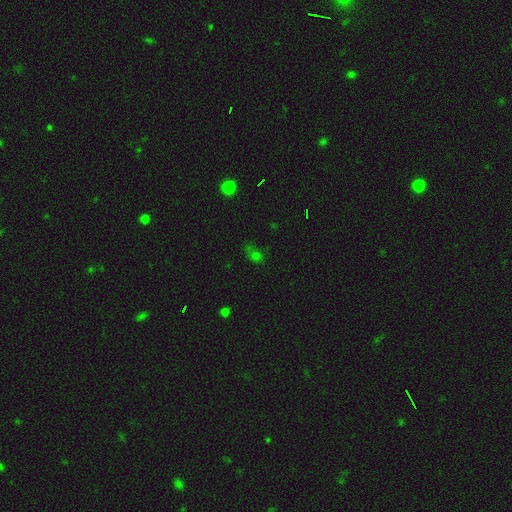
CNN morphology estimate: smooth-or-featured: smooth: 54% | star or artifact: 37% | featured or disk: 8%
  how-rounded: in between: 60% | round: 37% | cigar-shaped: 3%
  merging: none: 56% | minor disturbance: 22% | major disturbance: 15% | merger: 6%